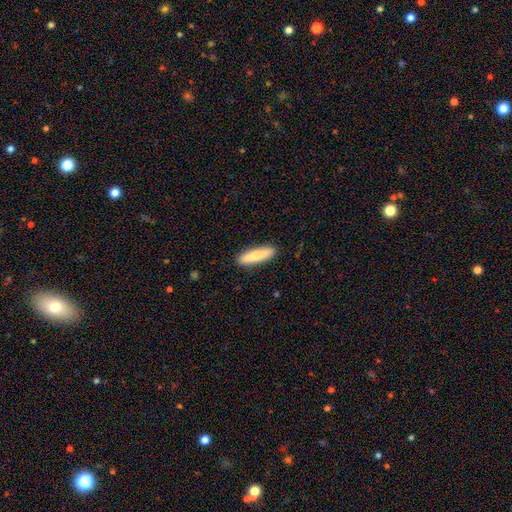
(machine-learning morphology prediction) A smooth galaxy with no disk features (82%) that is cigar-shaped (83%).

Vote fractions:
- Smooth or featured? smooth: 82% / featured or disk: 13% / star or artifact: 5%
- How rounded? cigar-shaped: 83% / in between: 16% / round: 1%
- Merging? none: 90% / minor disturbance: 7% / major disturbance: 2% / merger: 1%